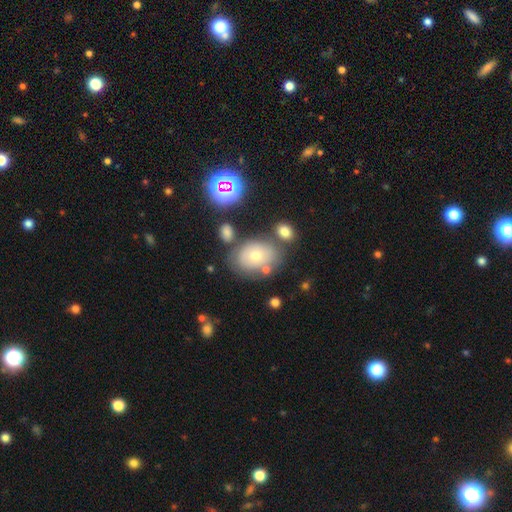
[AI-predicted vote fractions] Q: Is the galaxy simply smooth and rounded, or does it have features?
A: smooth — 58%.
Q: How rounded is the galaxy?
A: in between — 67%.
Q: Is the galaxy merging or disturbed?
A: none — 64%.